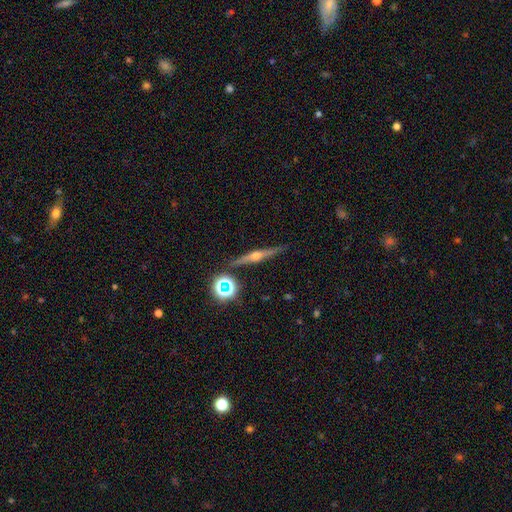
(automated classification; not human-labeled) Overall: featured or disk (75%). Edge-on disk: yes (97%). Edge-on bulge: rounded (92%). Merging: none (89%).